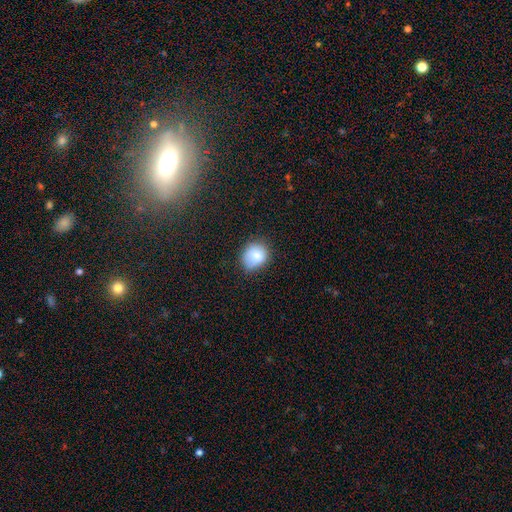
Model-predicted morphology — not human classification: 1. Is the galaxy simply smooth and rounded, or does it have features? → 84% smooth, 9% star or artifact, 8% featured or disk.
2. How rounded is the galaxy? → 63% round, 36% in between, 1% cigar-shaped.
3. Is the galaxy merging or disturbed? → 68% none, 25% minor disturbance, 5% major disturbance, 2% merger.